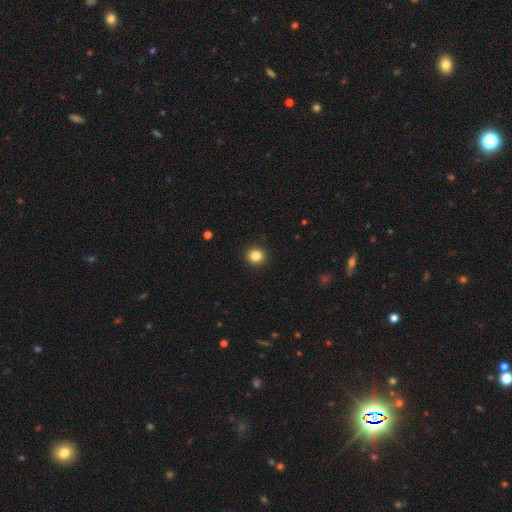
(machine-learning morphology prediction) smooth 84%, star or artifact 11%, featured or disk 5%. Down the decision tree: how rounded — round (92%); merging — none (93%).